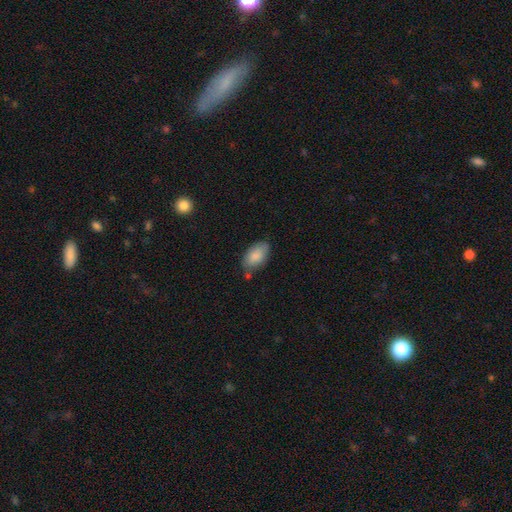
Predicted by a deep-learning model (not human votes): Overall: smooth (85%). How rounded: in between (93%). Merging: none (68%).